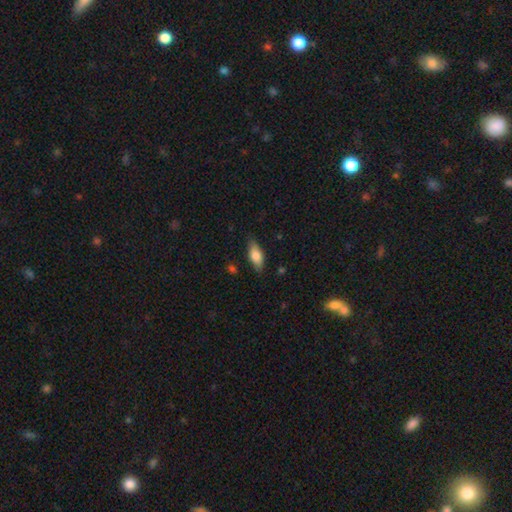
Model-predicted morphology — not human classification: smooth 75%, featured or disk 18%, star or artifact 7%. Down the decision tree: how rounded — in between (79%); merging — none (82%).